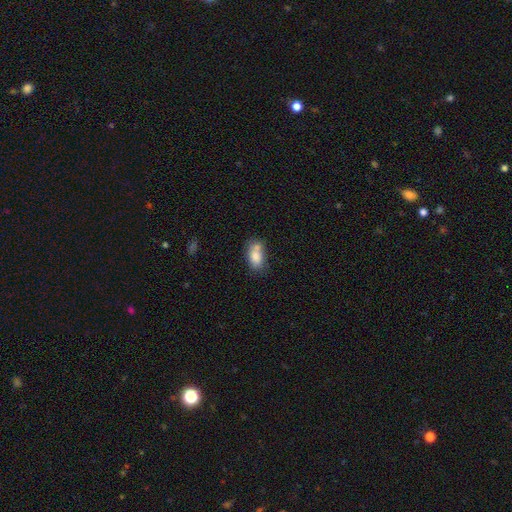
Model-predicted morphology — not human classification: This is likely a smooth galaxy (79%). How rounded: clearly in between (86%). Merging: marginally none (44%).